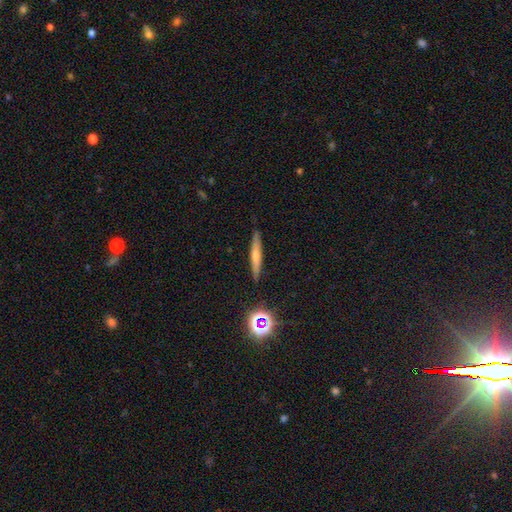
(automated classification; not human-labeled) The model was most divided on "smooth or featured": smooth: 47%, featured or disk: 42%, star or artifact: 11%. More confident: merging — none (88%).